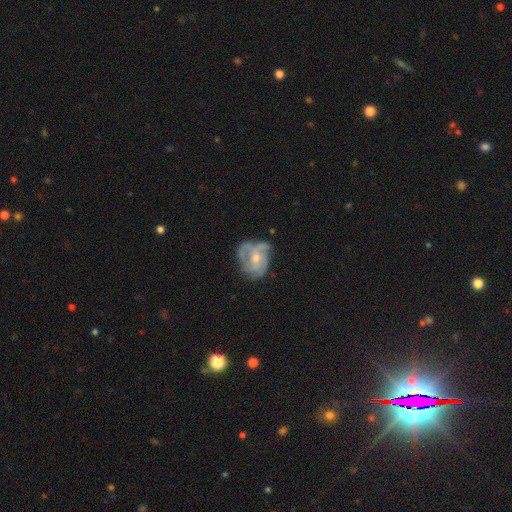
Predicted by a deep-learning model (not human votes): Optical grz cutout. It shows a featured or disk galaxy (71%) with no bar (71%), 3 (34%) medium (42%) spiral arms (74%) and a small central bulge (52%). Merging: none (46%).